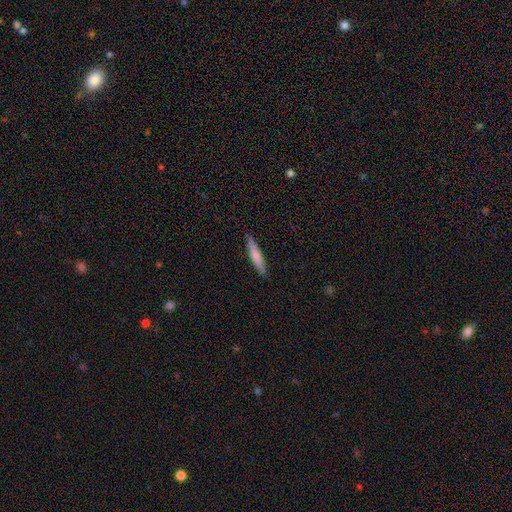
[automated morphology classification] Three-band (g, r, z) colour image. It shows a smooth galaxy with no disk features (74%) that is cigar-shaped (91%). Merging: none (90%).